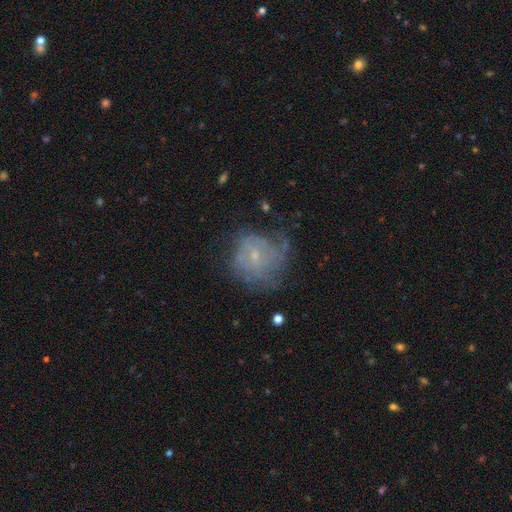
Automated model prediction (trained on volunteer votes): A featured or disk galaxy (63%) with no bar (71%), spiral arms (72%) and a small central bulge (74%). Merging: none (52%).